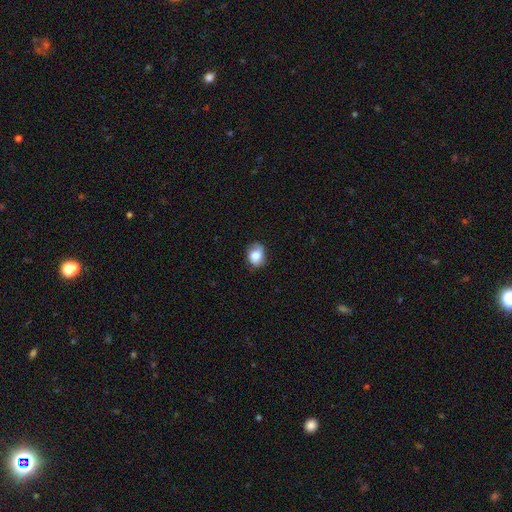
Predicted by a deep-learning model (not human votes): Smooth or featured? smooth (76%)
How rounded? in between (60%)
Merging? none (70%)